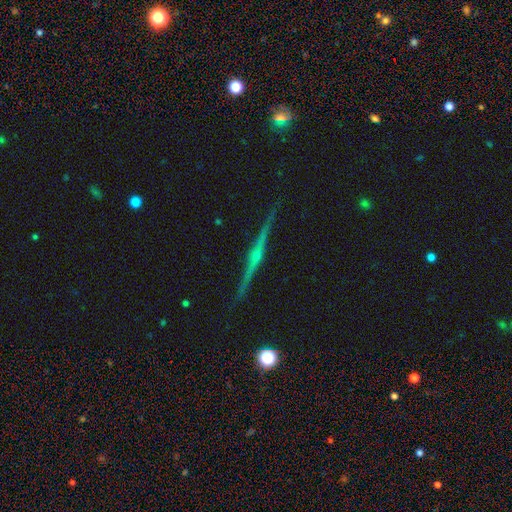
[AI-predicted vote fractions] smooth-or-featured: featured or disk: 85% | star or artifact: 8% | smooth: 7%
  disk-edge-on: yes: 98% | no: 2%
    edge-on-bulge: rounded: 80% | none: 12% | boxy: 8%
  merging: none: 91% | minor disturbance: 6% | major disturbance: 1% | merger: 1%